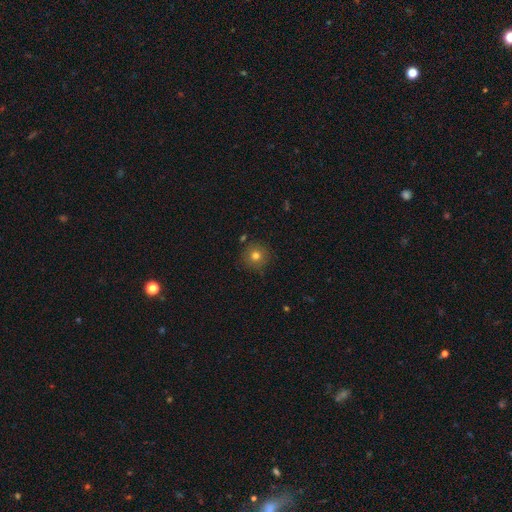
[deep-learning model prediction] Smooth or featured? Predicted: smooth (p=0.77). How rounded? Predicted: round (p=0.94). Merging? Predicted: none (p=0.87).